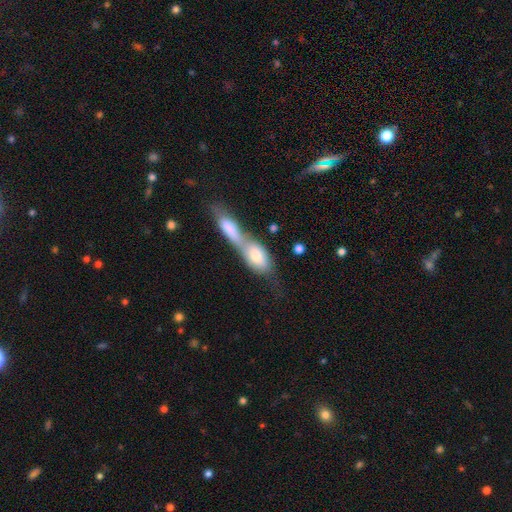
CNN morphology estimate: Smooth or featured?
  - smooth: 73% *
  - featured or disk: 21%
  - star or artifact: 6%
How rounded?
  - in between: 82% *
  - cigar-shaped: 11%
  - round: 7%
Merging?
  - merger: 70% *
  - none: 17%
  - minor disturbance: 7%
  - major disturbance: 6%